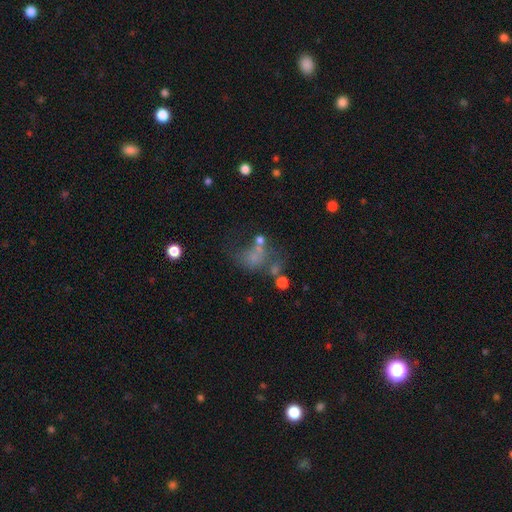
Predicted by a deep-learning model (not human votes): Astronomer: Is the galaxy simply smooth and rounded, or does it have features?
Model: smooth — 45% (runner-up: featured or disk, 34%).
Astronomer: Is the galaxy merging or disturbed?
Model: major disturbance — 32%, tied with none at 32%.